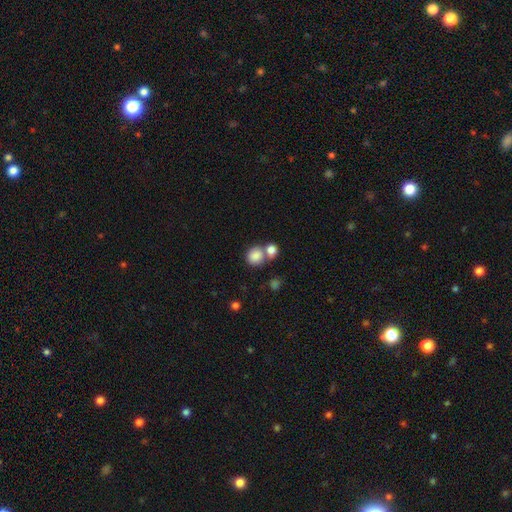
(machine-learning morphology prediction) Q: Smooth or featured?
A: smooth (83%); runner-up: star or artifact (9%)
Q: How rounded?
A: round (78%); runner-up: in between (21%)
Q: Merging?
A: none (47%); runner-up: merger (40%)